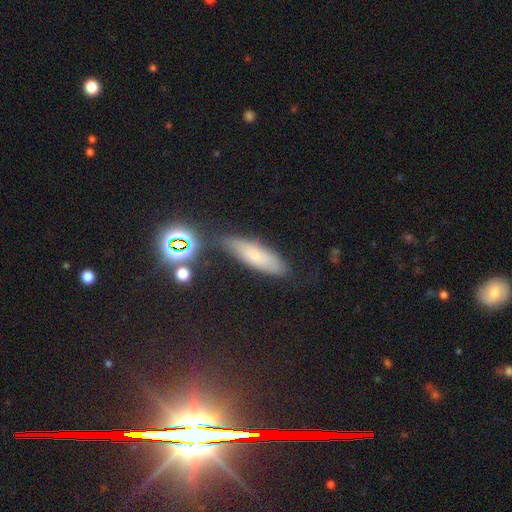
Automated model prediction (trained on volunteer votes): This appears to be a smooth galaxy with no disk features (61%) that is cigar-shaped (53%). Merging: none (68%).